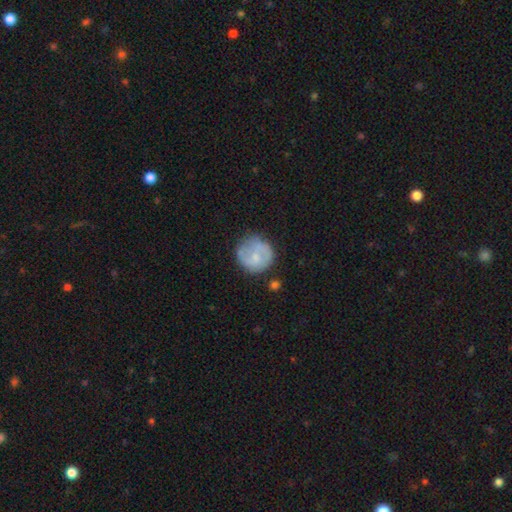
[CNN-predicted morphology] Smooth or featured? Predicted: smooth (p=0.55). How rounded? Predicted: round (p=0.91). Merging? Predicted: none (p=0.67).